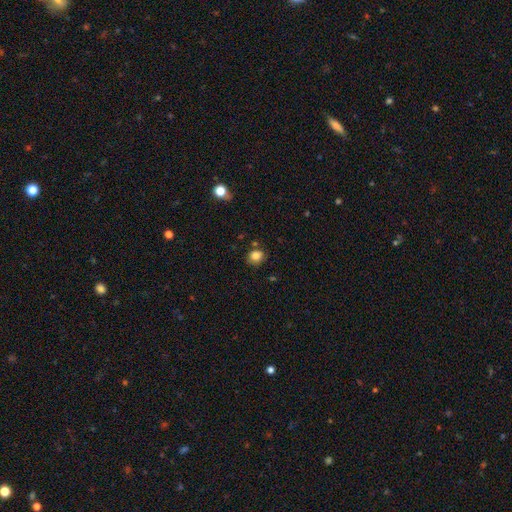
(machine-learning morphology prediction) type=smooth (83%); roundness=round (71%); merging=none (79%).